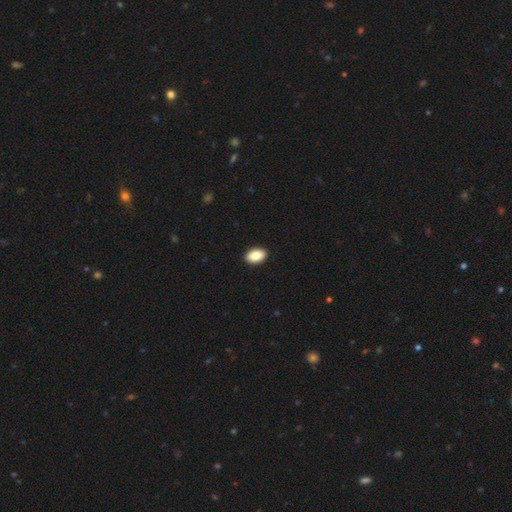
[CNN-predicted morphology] Smooth or featured?
  - smooth: 86% *
  - star or artifact: 7%
  - featured or disk: 7%
How rounded?
  - in between: 92% *
  - round: 7%
  - cigar-shaped: 1%
Merging?
  - none: 92% *
  - minor disturbance: 5%
  - major disturbance: 1%
  - merger: 1%